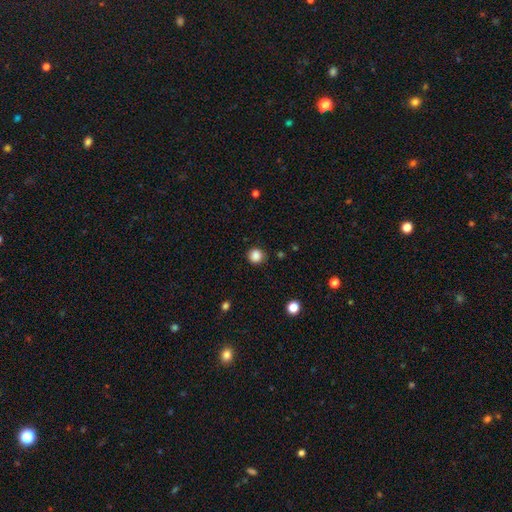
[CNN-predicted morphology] This appears to be a smooth galaxy with no disk features (86%) that is round (90%). Merging: none (86%).